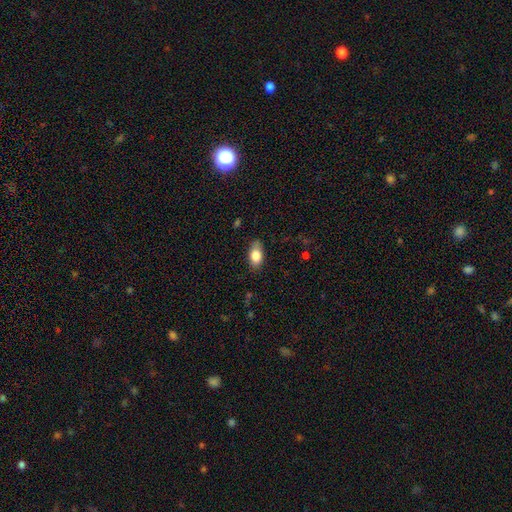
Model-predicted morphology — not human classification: Smooth or featured: smooth — 82% (featured or disk — 11%)
How rounded: in between — 89% (round — 8%)
Merging: none — 78% (minor disturbance — 18%)